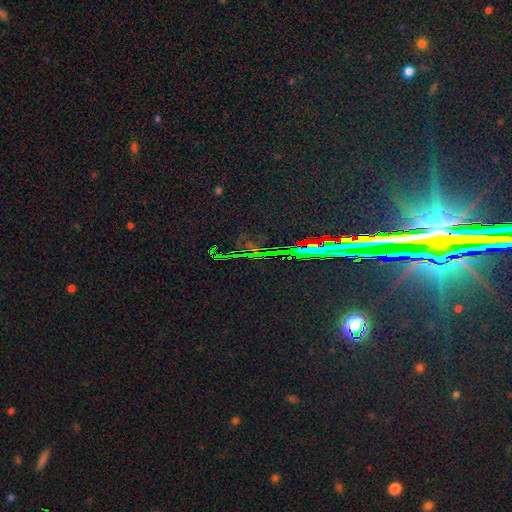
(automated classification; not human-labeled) Smooth or featured?
  - star or artifact: 81% *
  - smooth: 10%
  - featured or disk: 9%